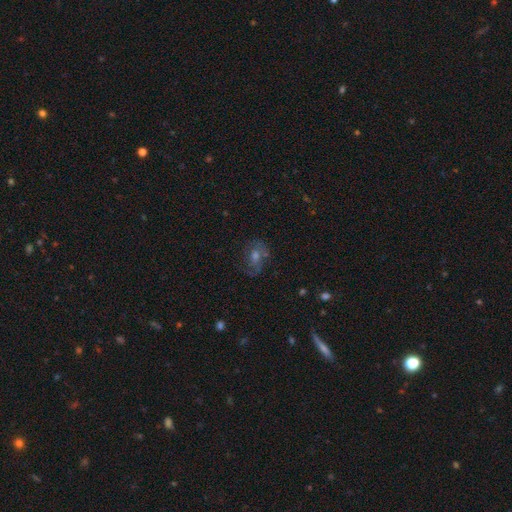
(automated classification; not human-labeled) smooth-or-featured: featured or disk: 47% | smooth: 30% | star or artifact: 23%
  merging: none: 64% | minor disturbance: 19% | major disturbance: 13% | merger: 4%